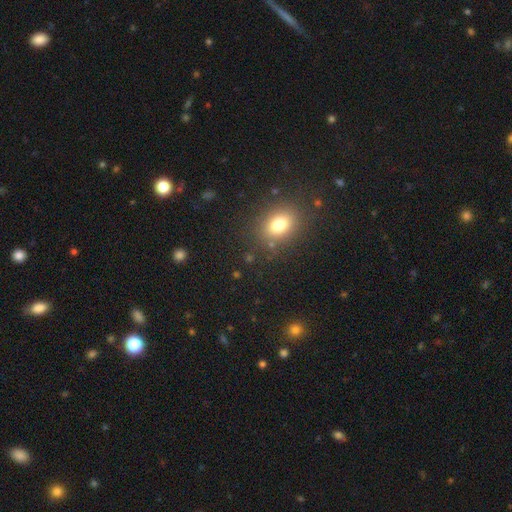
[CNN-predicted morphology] A smooth galaxy with no disk features (65%) that is round (62%).

Vote fractions:
- Smooth or featured? smooth: 65% / star or artifact: 28% / featured or disk: 7%
- How rounded? round: 62% / in between: 36% / cigar-shaped: 2%
- Merging? none: 89% / minor disturbance: 7% / major disturbance: 2% / merger: 2%